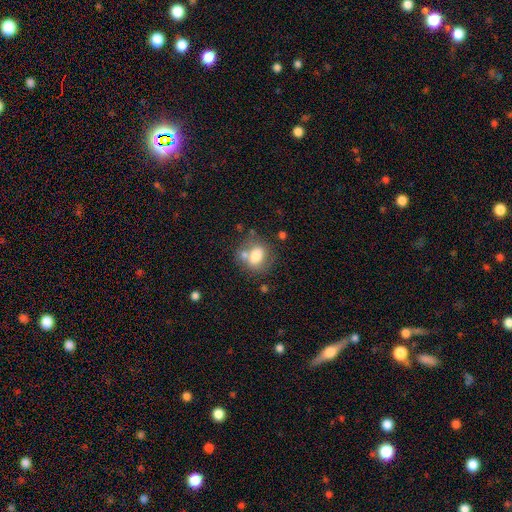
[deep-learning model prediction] Overall: smooth (72%). How rounded: round (50%; in between 49%). Merging: none (48%; merger 26%).